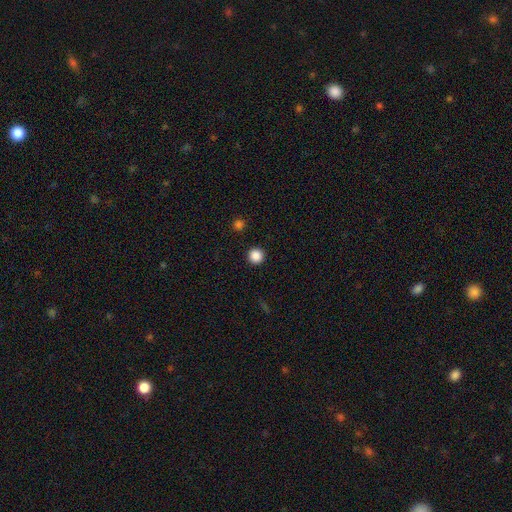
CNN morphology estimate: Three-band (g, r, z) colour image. It shows a smooth galaxy with no disk features (87%) that is round (96%). Merging: none (93%).